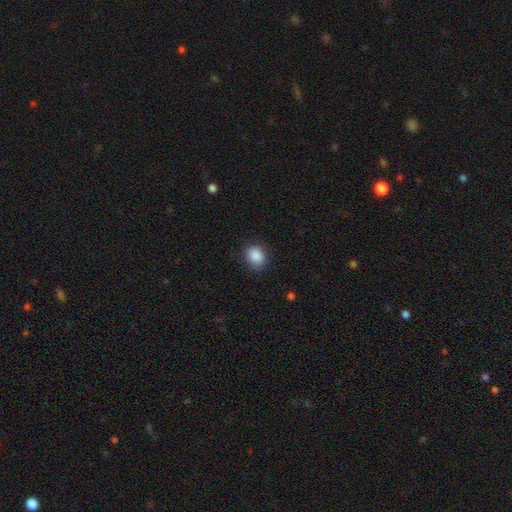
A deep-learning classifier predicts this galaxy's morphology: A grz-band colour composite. It shows a smooth galaxy with no disk features (88%) that is round (60%). Merging: none (84%).